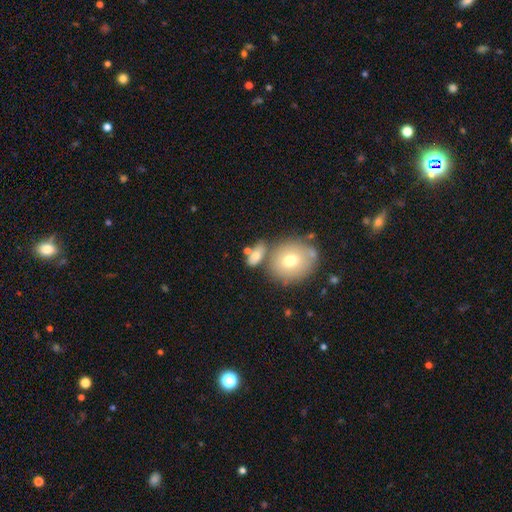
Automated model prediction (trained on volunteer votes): This appears to be a smooth galaxy with no disk features (73%) that is in between round and cigar-shaped (69%). Merging: none (50%).